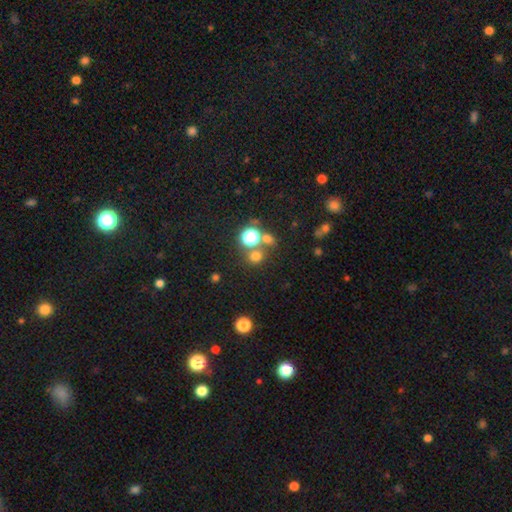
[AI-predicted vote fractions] A smooth galaxy with no disk features (66%) that is round (88%).

Vote fractions:
- Smooth or featured? smooth: 66% / star or artifact: 27% / featured or disk: 7%
- How rounded? round: 88% / in between: 11% / cigar-shaped: 1%
- Merging? none: 69% / merger: 19% / minor disturbance: 8% / major disturbance: 4%